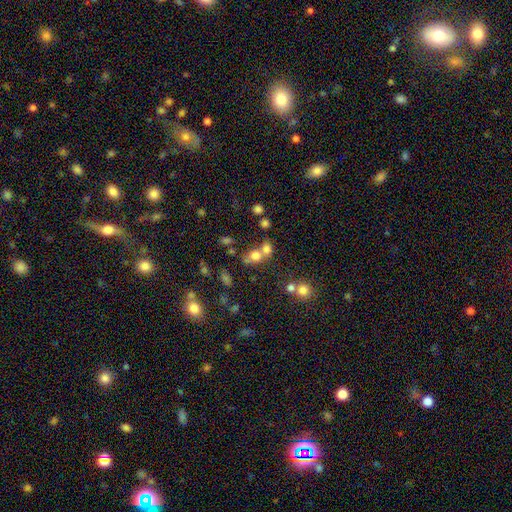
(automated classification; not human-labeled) A smooth galaxy with no disk features (69%) that is round (61%).

Vote fractions:
- Smooth or featured? smooth: 69% / star or artifact: 17% / featured or disk: 14%
- How rounded? round: 61% / in between: 38% / cigar-shaped: 2%
- Merging? merger: 53% / none: 34% / minor disturbance: 8% / major disturbance: 5%